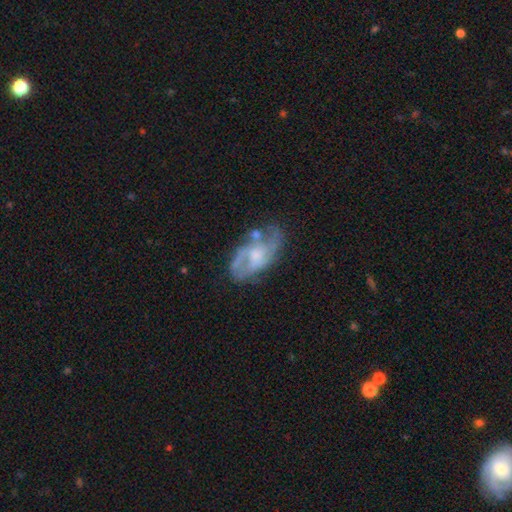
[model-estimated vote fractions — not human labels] This is likely a featured or disk galaxy (78%). It is clearly not viewed edge-on (95%). Bar: possibly no (58%). Spiral arm pattern: clearly yes (85%). Spiral arm count: possibly 2 (55%). Spiral winding: possibly medium (49%). Central bulge: possibly moderate (46%). Merging: possibly none (57%).